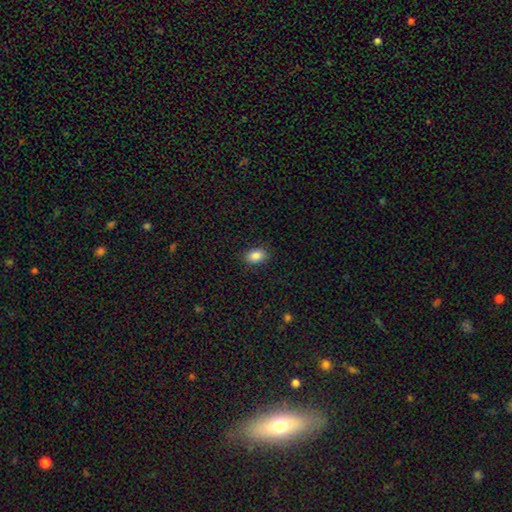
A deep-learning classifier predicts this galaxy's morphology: The model was most divided on "how rounded": in between: 83%, round: 16%, cigar-shaped: 1%. More confident: merging — none (88%); smooth or featured — smooth (87%).